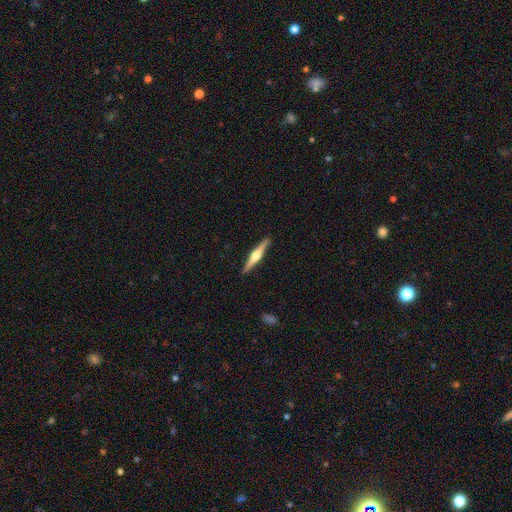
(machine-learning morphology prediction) This appears to be a featured or disk galaxy (71%) viewed edge-on (98%) with a rounded central bulge (92%). Merging: none (91%).